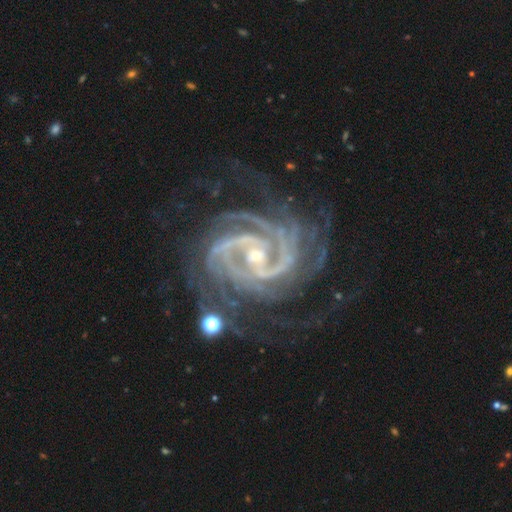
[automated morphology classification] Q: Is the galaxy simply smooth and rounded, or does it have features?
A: featured or disk — 93%.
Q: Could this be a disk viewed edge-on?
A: no — 98%.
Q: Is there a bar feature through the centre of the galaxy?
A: strong — 37%.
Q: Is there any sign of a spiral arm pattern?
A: yes — 99%.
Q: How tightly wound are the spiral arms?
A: tight — 67%.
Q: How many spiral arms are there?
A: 2 — 26%.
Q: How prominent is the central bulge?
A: small — 68%.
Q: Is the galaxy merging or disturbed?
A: none — 68%.